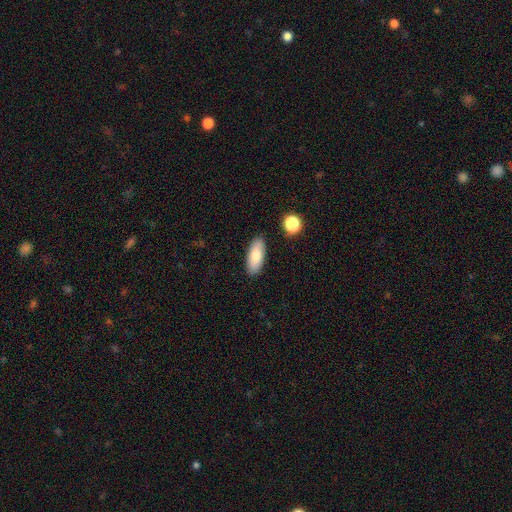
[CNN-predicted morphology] Q: Smooth or featured?
A: smooth (80%); runner-up: featured or disk (13%)
Q: How rounded?
A: in between (80%); runner-up: cigar-shaped (17%)
Q: Merging?
A: none (88%); runner-up: minor disturbance (8%)